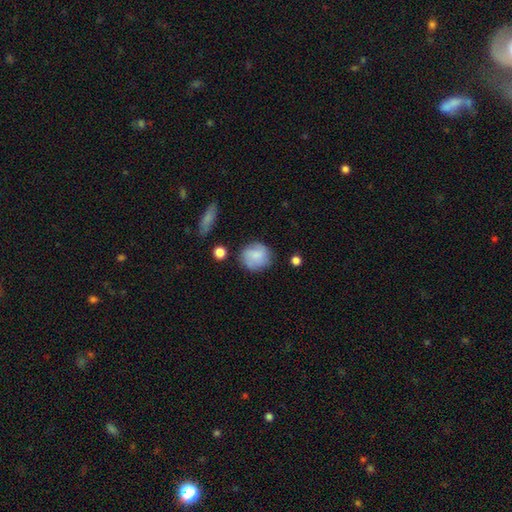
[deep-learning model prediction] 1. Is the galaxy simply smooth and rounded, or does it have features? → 76% smooth, 16% featured or disk, 8% star or artifact.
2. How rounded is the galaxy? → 85% round, 13% in between, 1% cigar-shaped.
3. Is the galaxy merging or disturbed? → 73% none, 17% minor disturbance, 5% major disturbance, 4% merger.